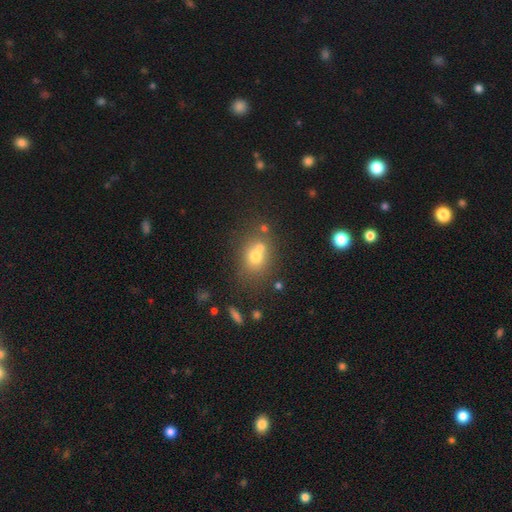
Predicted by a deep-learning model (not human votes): smooth-or-featured: smooth: 66% | featured or disk: 18% | star or artifact: 15%
  how-rounded: round: 60% | in between: 39% | cigar-shaped: 1%
  merging: none: 48% | merger: 36% | minor disturbance: 11% | major disturbance: 5%